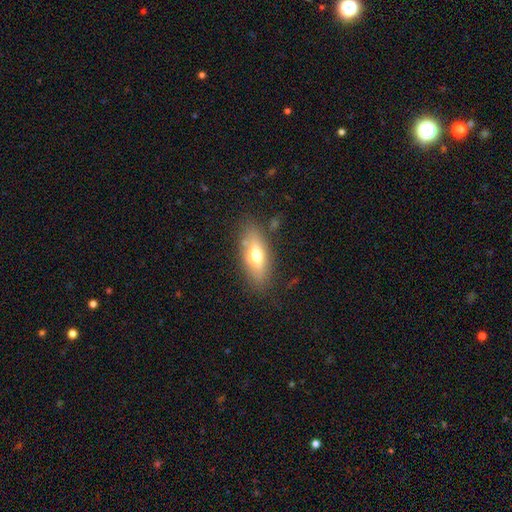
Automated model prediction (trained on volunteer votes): The model was most divided on "smooth or featured": smooth: 64%, featured or disk: 28%, star or artifact: 8%. More confident: merging — none (79%); how rounded — in between (73%).